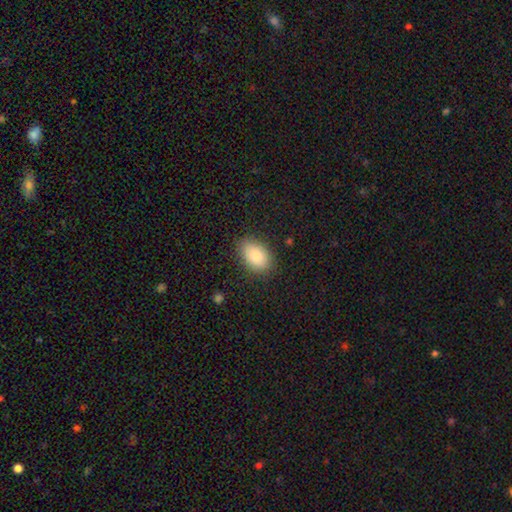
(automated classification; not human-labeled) Smooth or featured? smooth (82%)
How rounded? in between (85%)
Merging? none (85%)